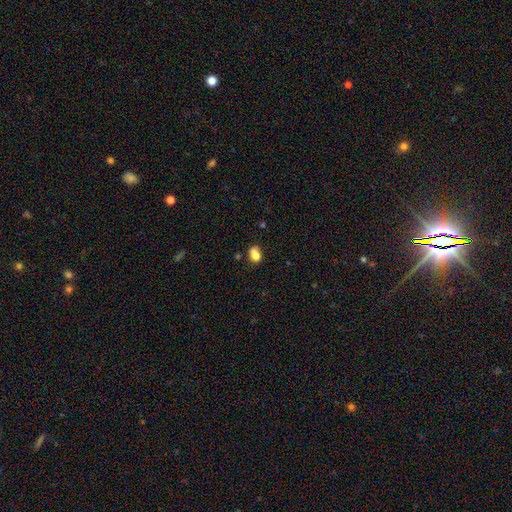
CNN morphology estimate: smooth_or_featured: smooth (p=0.75) [alt: featured or disk p=0.14]
how_rounded: in between (p=0.59) [alt: round p=0.40]
merging: none (p=0.41) [alt: merger p=0.26]